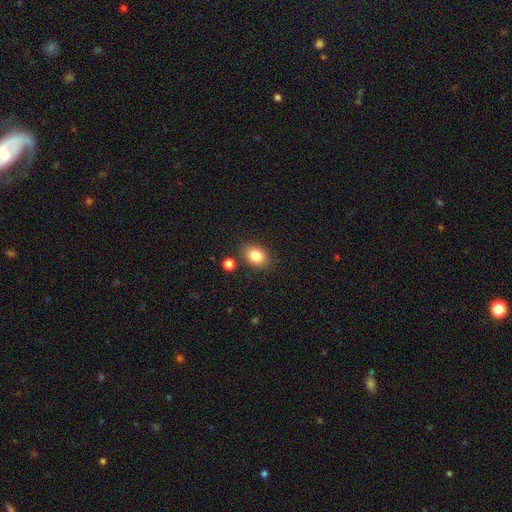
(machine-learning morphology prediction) smooth-or-featured: smooth: 84% | star or artifact: 9% | featured or disk: 7%
  how-rounded: in between: 71% | round: 28% | cigar-shaped: 1%
  merging: none: 81% | minor disturbance: 11% | merger: 5% | major disturbance: 3%